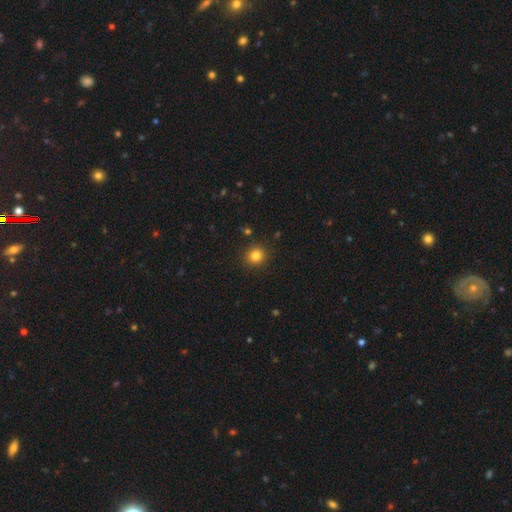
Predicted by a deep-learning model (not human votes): smooth 82%, star or artifact 13%, featured or disk 6%. Down the decision tree: how rounded — round (90%); merging — none (91%).